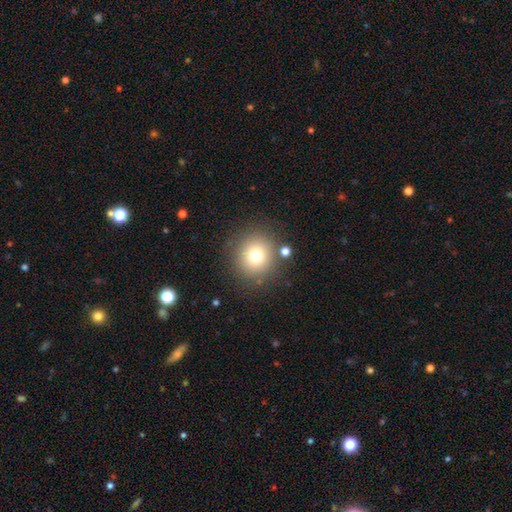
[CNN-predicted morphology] smooth_or_featured: smooth (p=0.74) [alt: star or artifact p=0.15]
how_rounded: round (p=0.91) [alt: in between p=0.08]
merging: none (p=0.84) [alt: minor disturbance p=0.08]